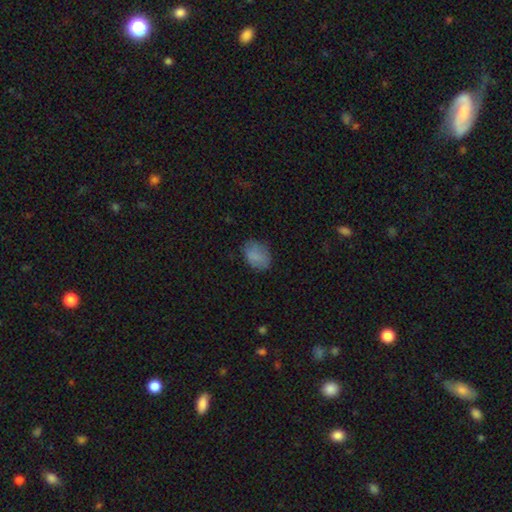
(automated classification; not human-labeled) A smooth galaxy with no disk features (83%) that is in between round and cigar-shaped (74%). Merging: none (72%).